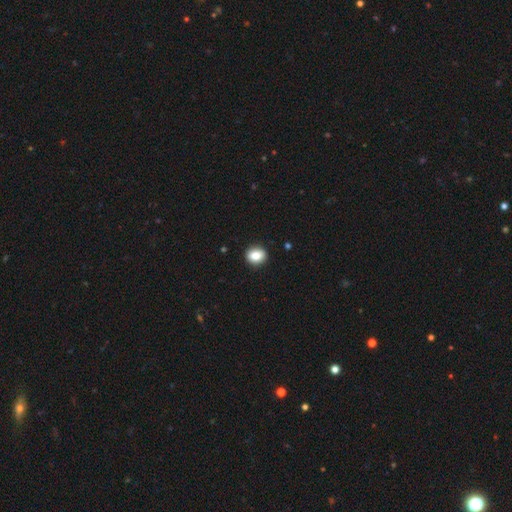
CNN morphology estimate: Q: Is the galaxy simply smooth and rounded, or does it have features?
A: smooth — 83%.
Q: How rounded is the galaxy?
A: round — 56%.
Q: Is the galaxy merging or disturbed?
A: none — 90%.